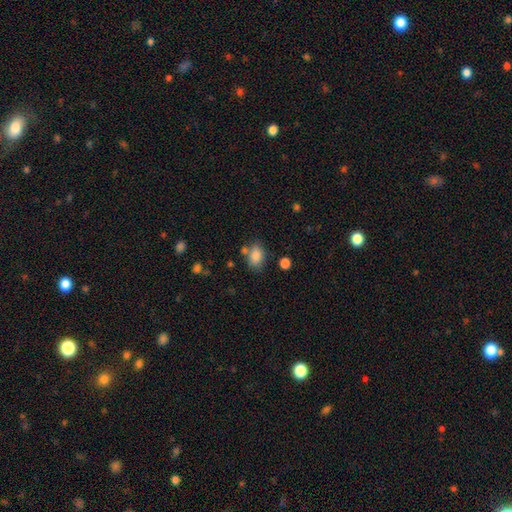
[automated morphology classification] smooth 85%, star or artifact 9%, featured or disk 7%. Down the decision tree: how rounded — in between (81%); merging — none (69%).